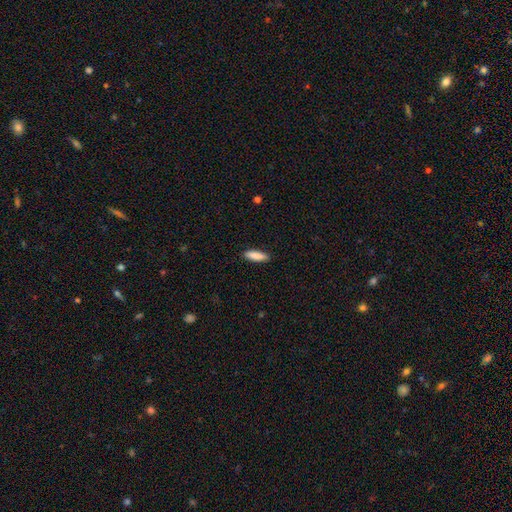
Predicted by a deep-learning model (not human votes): Smooth or featured? smooth (87%)
How rounded? cigar-shaped (53%)
Merging? none (89%)